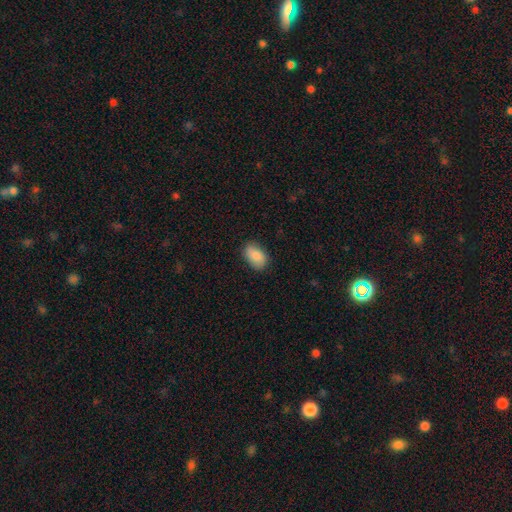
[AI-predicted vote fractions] This appears to be a smooth galaxy with no disk features (86%) that is in between round and cigar-shaped (91%). Merging: none (83%).